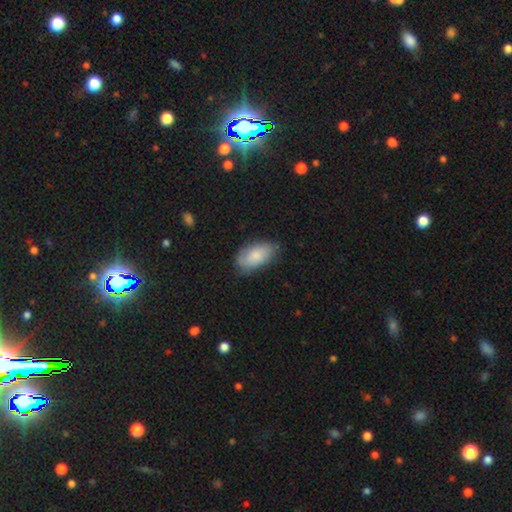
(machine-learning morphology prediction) Q: Smooth or featured?
A: smooth (81%); runner-up: featured or disk (13%)
Q: How rounded?
A: in between (93%); runner-up: cigar-shaped (4%)
Q: Merging?
A: none (73%); runner-up: minor disturbance (22%)